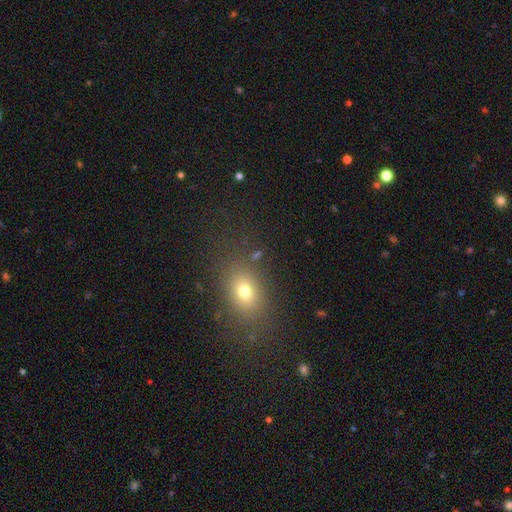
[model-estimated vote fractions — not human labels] A smooth galaxy with no disk features (67%) that is in between round and cigar-shaped (63%). Merging: none (79%).